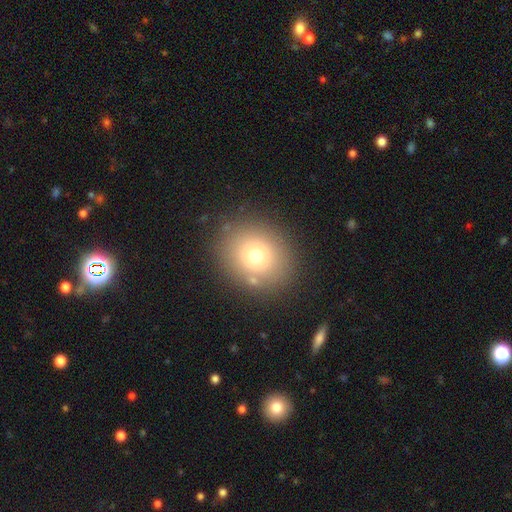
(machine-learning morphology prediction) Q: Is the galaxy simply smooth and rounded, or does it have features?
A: smooth — 73%.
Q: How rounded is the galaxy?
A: round — 73%.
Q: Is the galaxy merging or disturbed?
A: none — 83%.